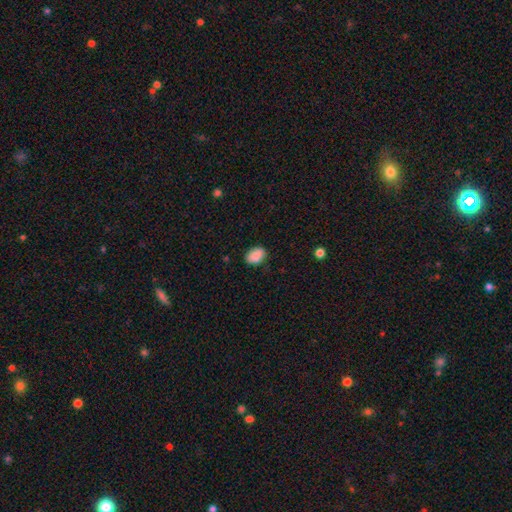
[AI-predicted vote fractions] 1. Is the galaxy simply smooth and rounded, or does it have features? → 88% smooth, 7% star or artifact, 5% featured or disk.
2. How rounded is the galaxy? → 82% in between, 17% round, 1% cigar-shaped.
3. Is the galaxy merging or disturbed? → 82% none, 14% minor disturbance, 3% major disturbance, 1% merger.